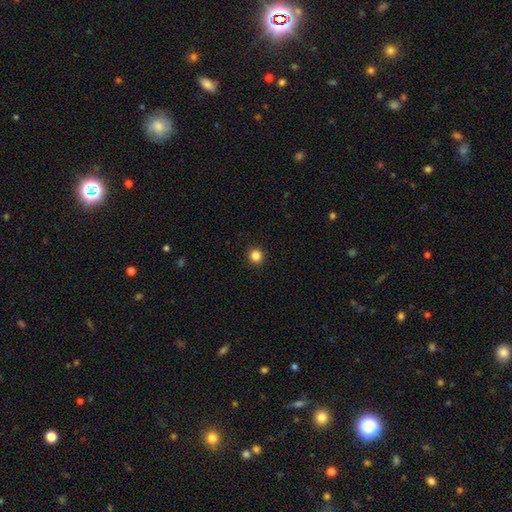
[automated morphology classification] A smooth galaxy with no disk features (85%) that is round (94%).

Vote fractions:
- Smooth or featured? smooth: 85% / star or artifact: 12% / featured or disk: 3%
- How rounded? round: 94% / in between: 5% / cigar-shaped: 1%
- Merging? none: 93% / minor disturbance: 4% / major disturbance: 2% / merger: 1%